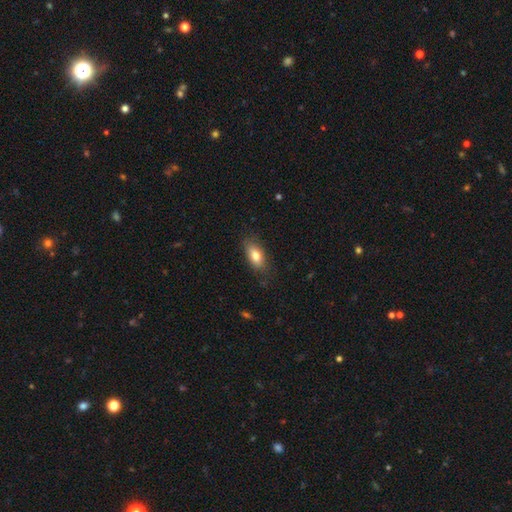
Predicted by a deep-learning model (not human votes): Q: Smooth or featured?
A: smooth (79%); runner-up: featured or disk (14%)
Q: How rounded?
A: in between (85%); runner-up: cigar-shaped (10%)
Q: Merging?
A: none (79%); runner-up: minor disturbance (16%)